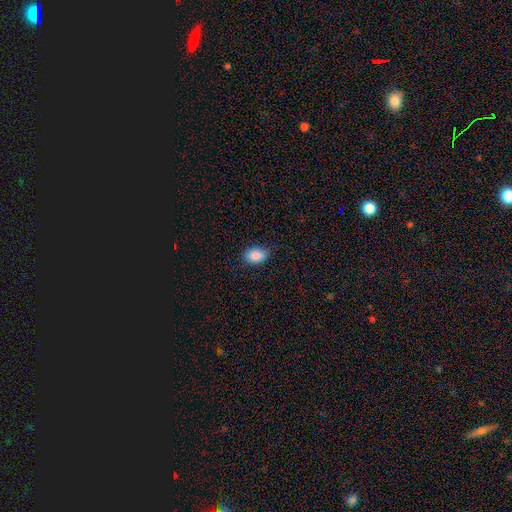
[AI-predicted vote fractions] Q: Smooth or featured?
A: smooth (87%); runner-up: star or artifact (8%)
Q: How rounded?
A: in between (84%); runner-up: round (15%)
Q: Merging?
A: none (81%); runner-up: minor disturbance (16%)